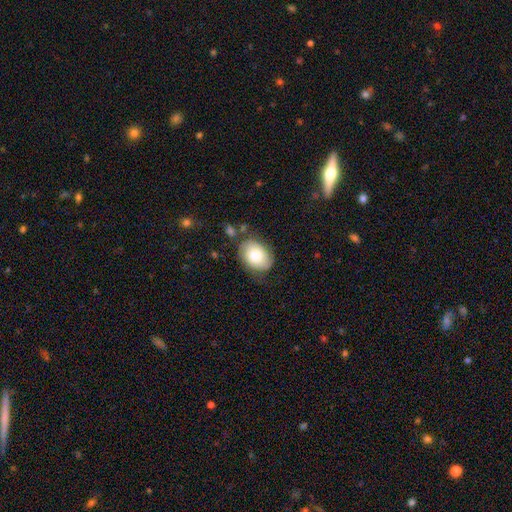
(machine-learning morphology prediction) This is likely a smooth galaxy (69%). How rounded: likely in between (79%). Merging: likely none (70%).